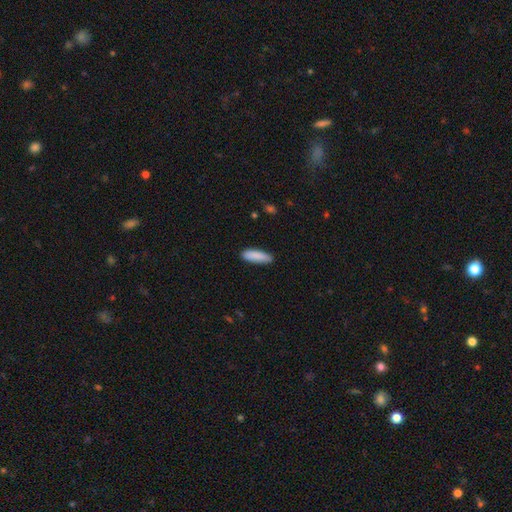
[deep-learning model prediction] Smooth or featured?
  - smooth: 89% *
  - star or artifact: 6%
  - featured or disk: 5%
How rounded?
  - cigar-shaped: 51% *
  - in between: 47%
  - round: 1%
Merging?
  - none: 86% *
  - minor disturbance: 11%
  - major disturbance: 2%
  - merger: 1%